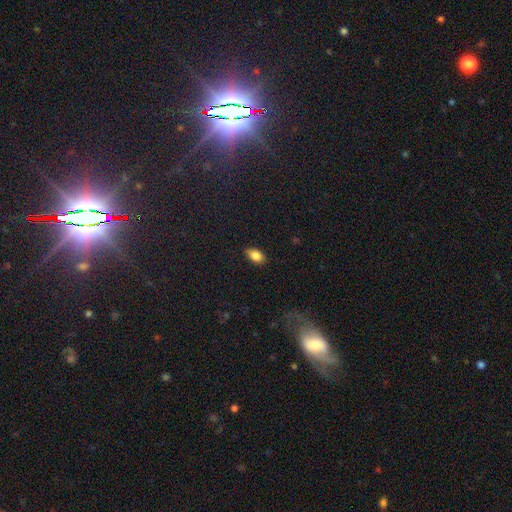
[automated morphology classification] This is clearly a smooth galaxy (84%). How rounded: clearly in between (91%). Merging: clearly none (84%).